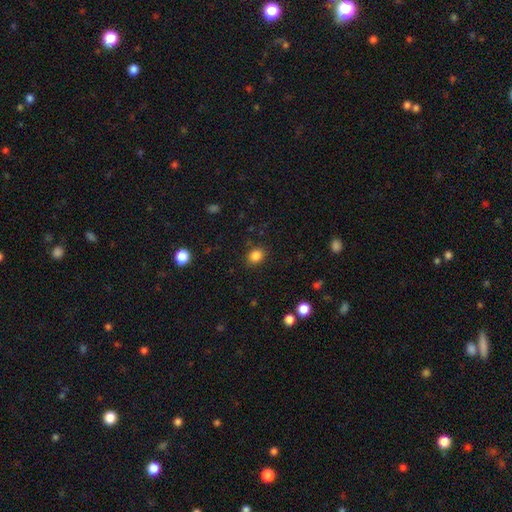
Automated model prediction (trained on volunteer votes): Smooth or featured?
  - smooth: 85% *
  - star or artifact: 11%
  - featured or disk: 4%
How rounded?
  - round: 51% *
  - in between: 48%
  - cigar-shaped: 1%
Merging?
  - none: 86% *
  - minor disturbance: 10%
  - major disturbance: 3%
  - merger: 1%